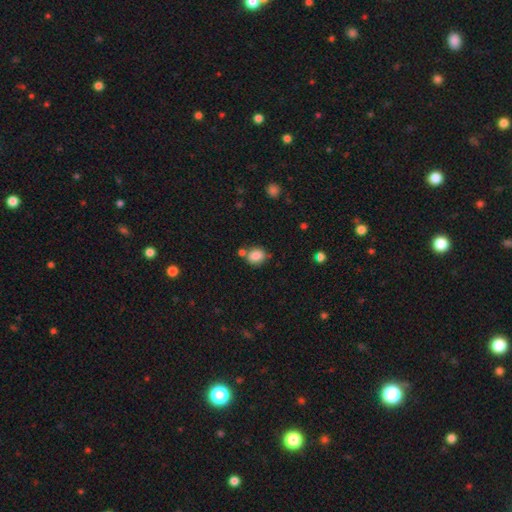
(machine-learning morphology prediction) type=smooth (85%); roundness=round (56%); merging=none (63%).